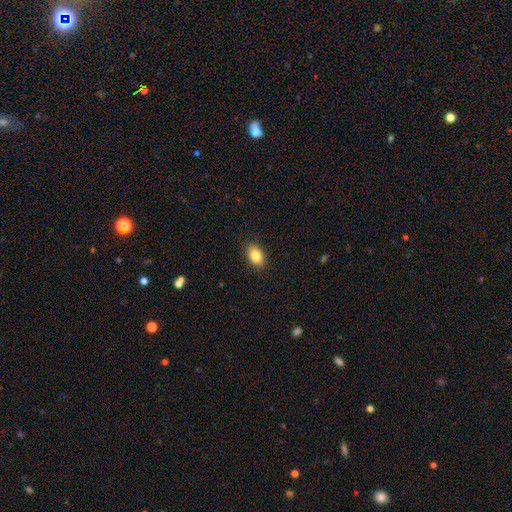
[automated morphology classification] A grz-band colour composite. It shows a smooth galaxy with no disk features (85%) that is in between round and cigar-shaped (88%). Merging: none (88%).